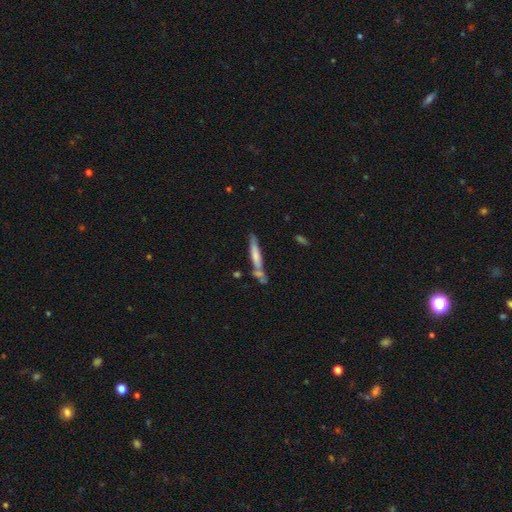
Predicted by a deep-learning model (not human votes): The model was most divided on "smooth or featured": smooth: 59%, featured or disk: 35%, star or artifact: 6%. More confident: how rounded — cigar-shaped (91%); merging — none (56%).